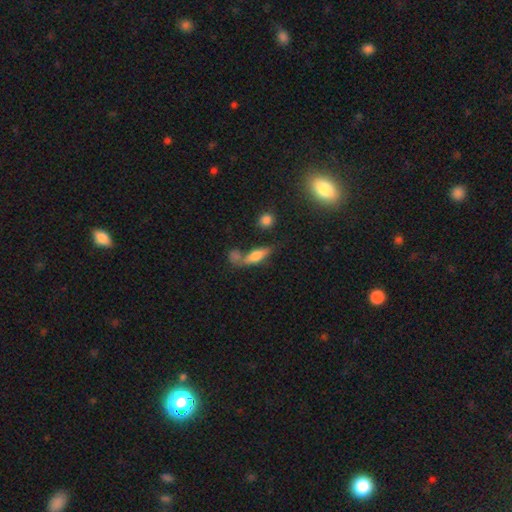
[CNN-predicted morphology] Overall: smooth (56%; featured or disk 34%). How rounded: in between (49%; cigar-shaped 46%). Merging: none (47%; merger 26%).